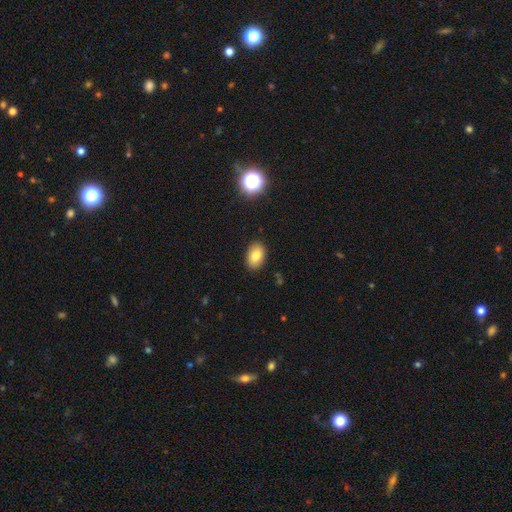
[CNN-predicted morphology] Overall: smooth (82%). How rounded: in between (86%). Merging: none (88%).